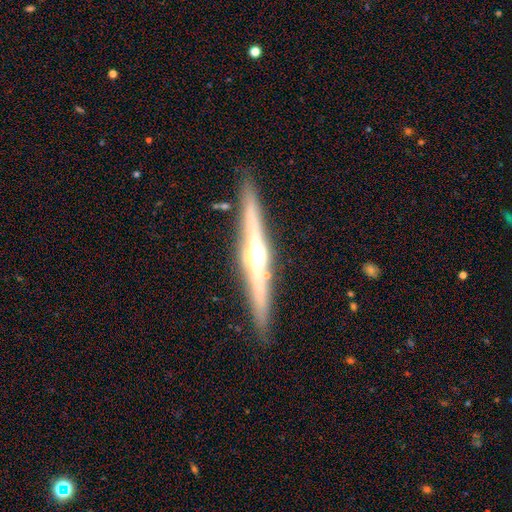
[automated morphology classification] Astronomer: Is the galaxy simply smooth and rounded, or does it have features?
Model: featured or disk — 80%.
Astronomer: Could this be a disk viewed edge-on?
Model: yes — 98%.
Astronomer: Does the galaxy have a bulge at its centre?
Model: rounded — 89%.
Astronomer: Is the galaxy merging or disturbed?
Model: none — 89%.